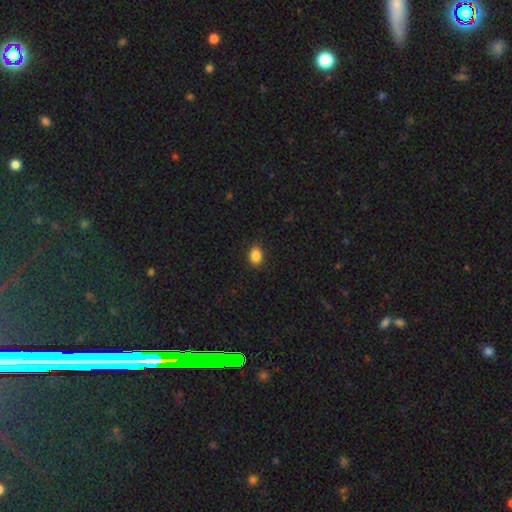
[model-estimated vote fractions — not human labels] Overall: smooth (87%). How rounded: in between (71%). Merging: none (87%).